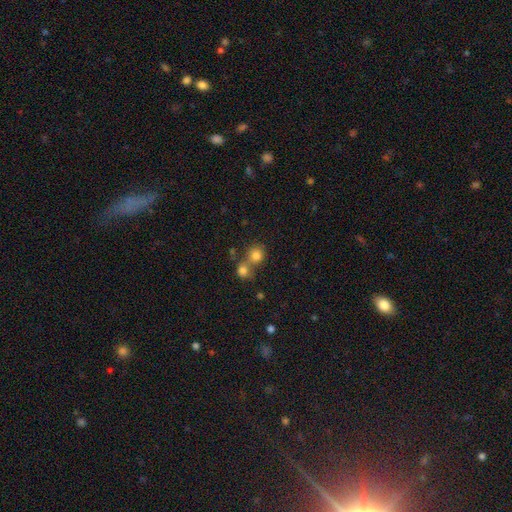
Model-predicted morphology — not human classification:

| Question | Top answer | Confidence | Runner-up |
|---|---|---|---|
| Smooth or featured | smooth | 80% | star or artifact (12%) |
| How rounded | round | 85% | in between (14%) |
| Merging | merger | 46% | none (44%) |